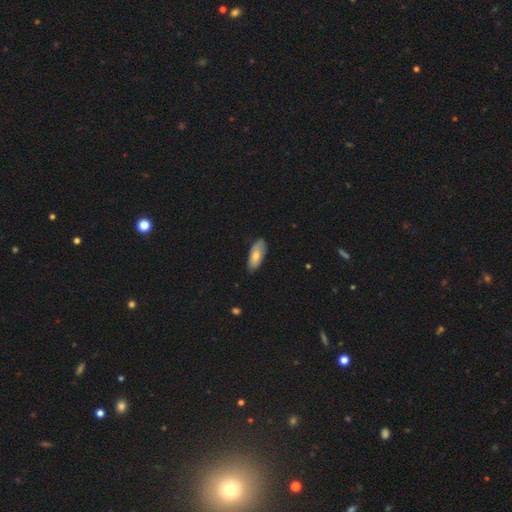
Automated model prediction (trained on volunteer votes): A smooth galaxy with no disk features (67%) that is in between round and cigar-shaped (83%).

Vote fractions:
- Smooth or featured? smooth: 67% / featured or disk: 27% / star or artifact: 6%
- How rounded? in between: 83% / cigar-shaped: 15% / round: 2%
- Merging? none: 81% / minor disturbance: 16% / major disturbance: 2% / merger: 1%